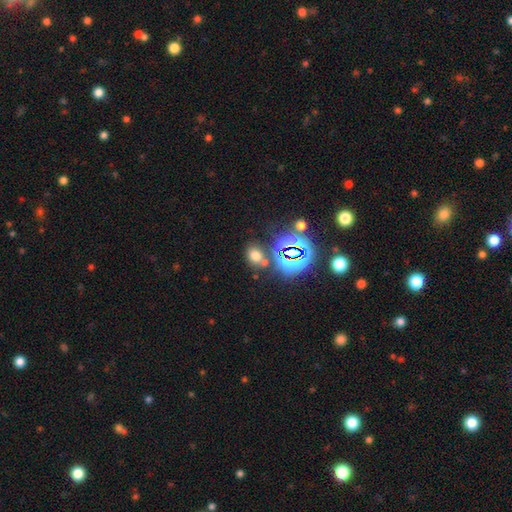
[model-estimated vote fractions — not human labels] This appears to be a smooth galaxy with no disk features (59%) that is in between round and cigar-shaped (53%). Merging: none (70%).